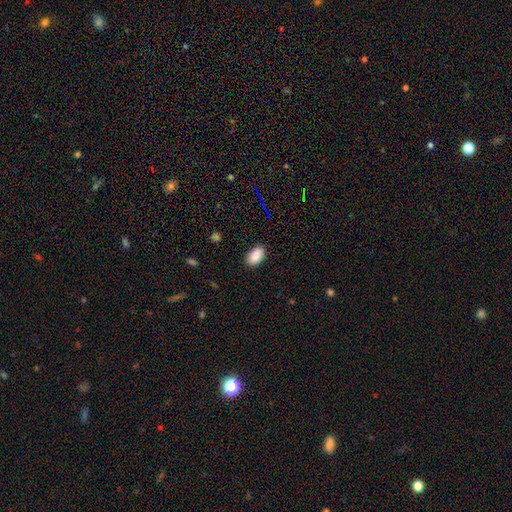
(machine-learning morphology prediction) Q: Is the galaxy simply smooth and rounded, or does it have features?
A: smooth — 88%.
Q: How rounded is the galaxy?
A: in between — 94%.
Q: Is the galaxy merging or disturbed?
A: none — 88%.